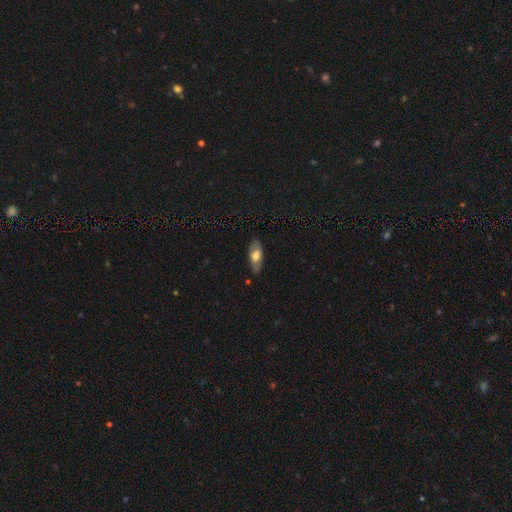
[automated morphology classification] A smooth galaxy with no disk features (61%) that is in between round and cigar-shaped (83%).

Vote fractions:
- Smooth or featured? smooth: 61% / featured or disk: 33% / star or artifact: 6%
- How rounded? in between: 83% / cigar-shaped: 14% / round: 3%
- Merging? none: 81% / minor disturbance: 15% / major disturbance: 3% / merger: 1%